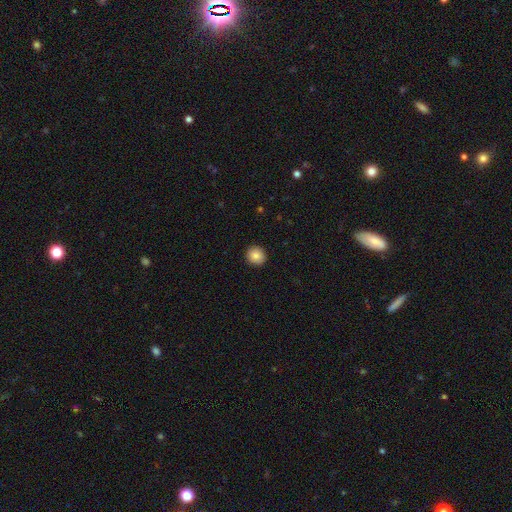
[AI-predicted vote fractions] Smooth or featured? smooth (85%)
How rounded? round (87%)
Merging? none (92%)